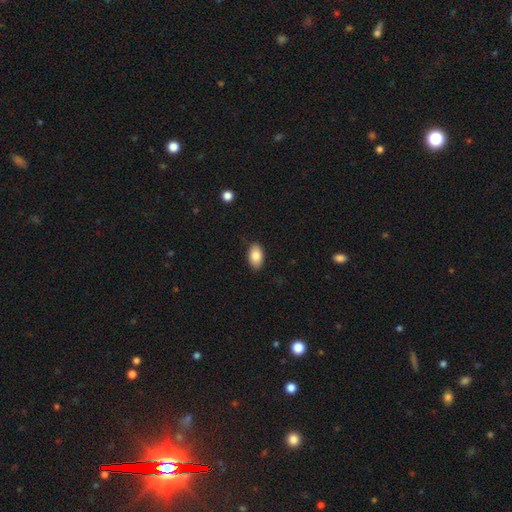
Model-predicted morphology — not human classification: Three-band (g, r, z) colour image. It shows a smooth galaxy with no disk features (85%) that is in between round and cigar-shaped (93%). Merging: none (86%).